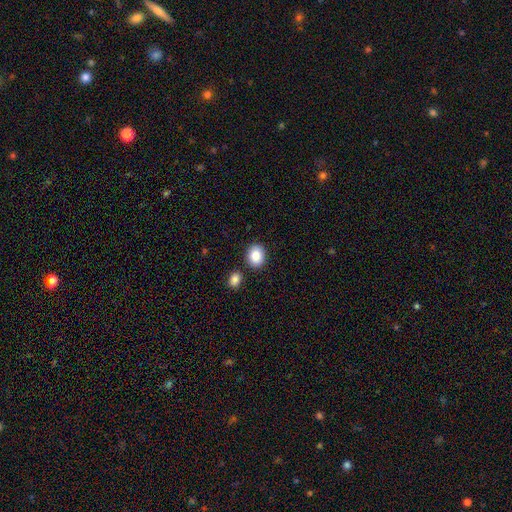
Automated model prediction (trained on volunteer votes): Smooth or featured? smooth (87%)
How rounded? round (50%)
Merging? none (84%)